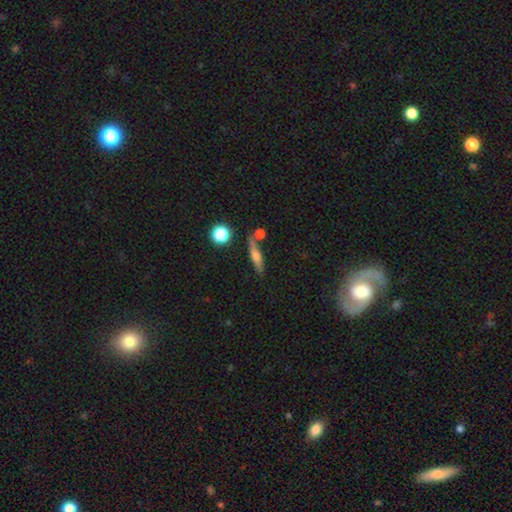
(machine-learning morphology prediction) This appears to be a smooth galaxy with no disk features (46%). Merging: none (74%).